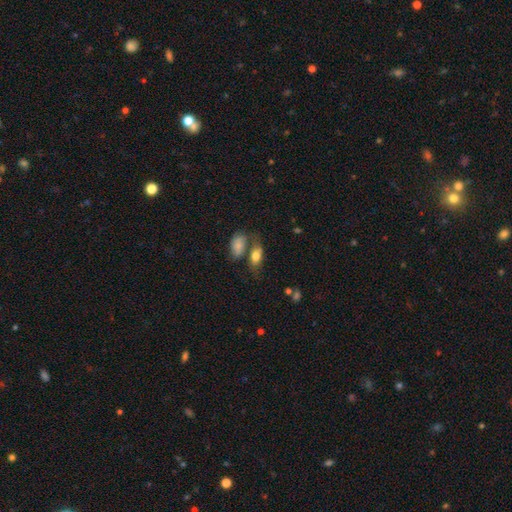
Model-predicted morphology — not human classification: type=smooth (73%); roundness=in between (85%); merging=none (44%).